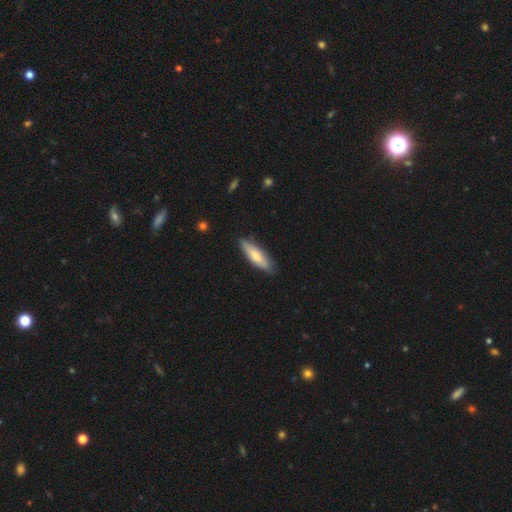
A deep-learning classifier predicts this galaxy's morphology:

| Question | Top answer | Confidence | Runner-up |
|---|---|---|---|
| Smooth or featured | smooth | 66% | featured or disk (29%) |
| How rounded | cigar-shaped | 59% | in between (40%) |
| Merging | none | 84% | minor disturbance (13%) |